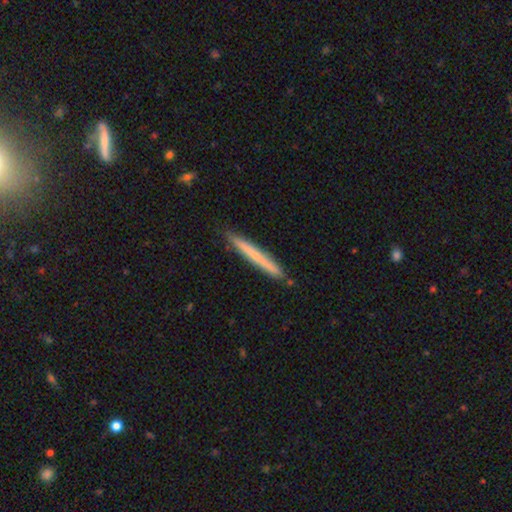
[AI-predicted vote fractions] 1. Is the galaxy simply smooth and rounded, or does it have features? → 64% smooth, 30% featured or disk, 5% star or artifact.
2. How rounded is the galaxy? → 97% cigar-shaped, 2% in between, 1% round.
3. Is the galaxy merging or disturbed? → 90% none, 7% minor disturbance, 1% merger, 1% major disturbance.